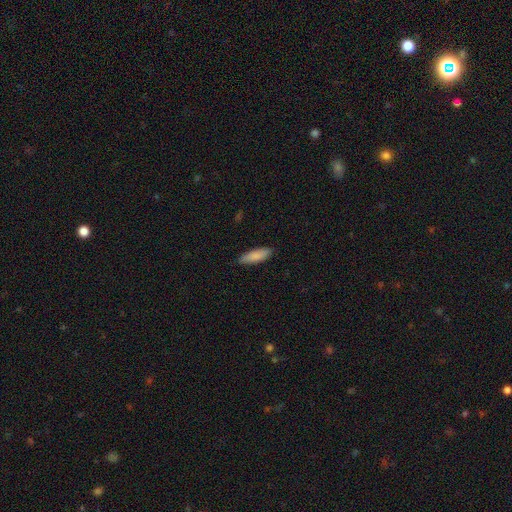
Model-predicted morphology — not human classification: Smooth or featured?
  - smooth: 86% *
  - featured or disk: 8%
  - star or artifact: 5%
How rounded?
  - in between: 53% *
  - cigar-shaped: 46%
  - round: 2%
Merging?
  - none: 87% *
  - minor disturbance: 10%
  - major disturbance: 2%
  - merger: 1%